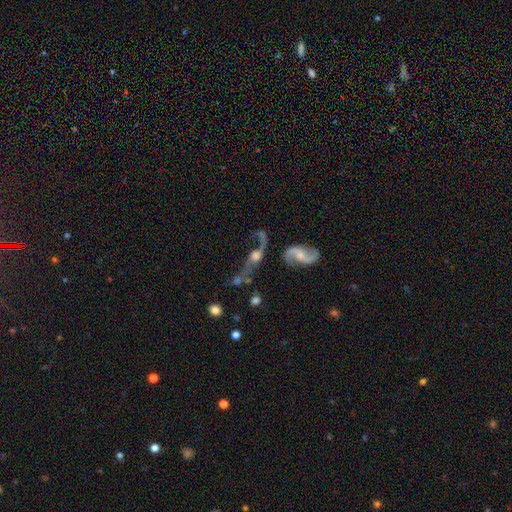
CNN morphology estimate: Smooth or featured? Predicted: featured or disk (p=0.73). Edge-on disk? Predicted: no (p=0.83). Bar? Predicted: no (p=0.61). Spiral arms? Predicted: yes (p=0.80). Bulge size? Predicted: moderate (p=0.42). Merging? Predicted: none (p=0.32).